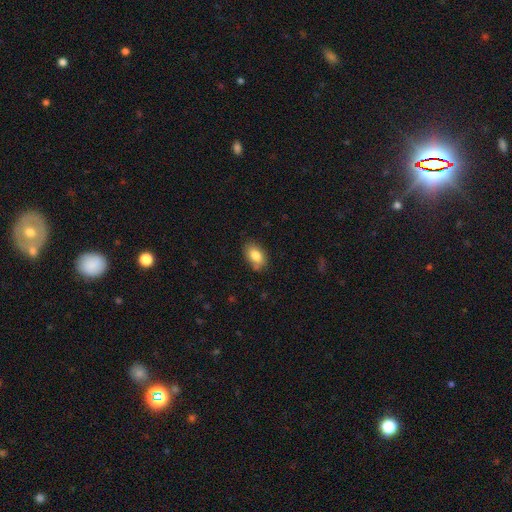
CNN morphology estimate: This appears to be a smooth galaxy with no disk features (82%) that is in between round and cigar-shaped (89%). Merging: none (78%).